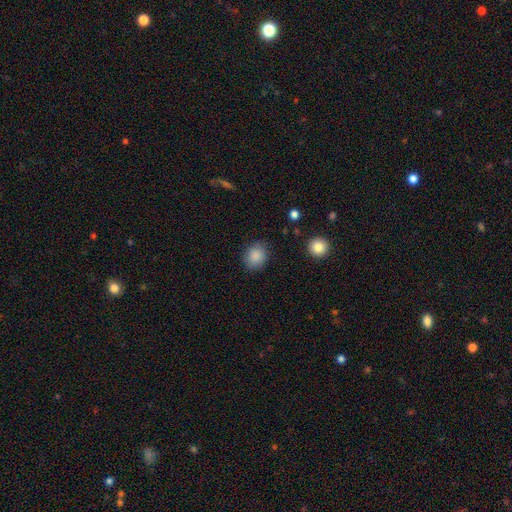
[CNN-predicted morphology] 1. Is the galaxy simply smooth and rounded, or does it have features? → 87% smooth, 9% star or artifact, 4% featured or disk.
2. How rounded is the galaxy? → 69% round, 30% in between, 1% cigar-shaped.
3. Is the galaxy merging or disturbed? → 83% none, 12% minor disturbance, 3% major disturbance, 1% merger.